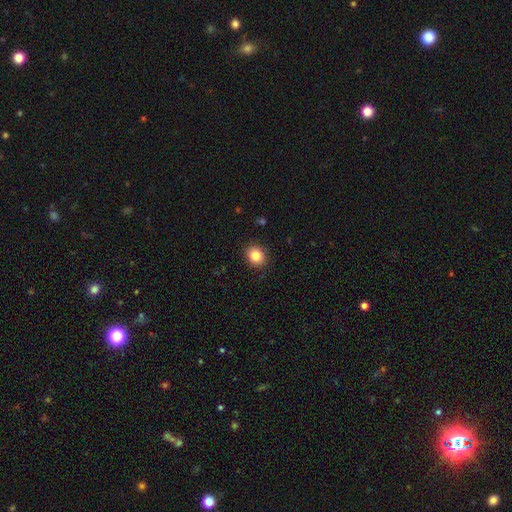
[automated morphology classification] Smooth or featured?
  - smooth: 84% *
  - star or artifact: 10%
  - featured or disk: 6%
How rounded?
  - round: 66% *
  - in between: 33%
  - cigar-shaped: 1%
Merging?
  - none: 90% *
  - minor disturbance: 7%
  - major disturbance: 2%
  - merger: 1%